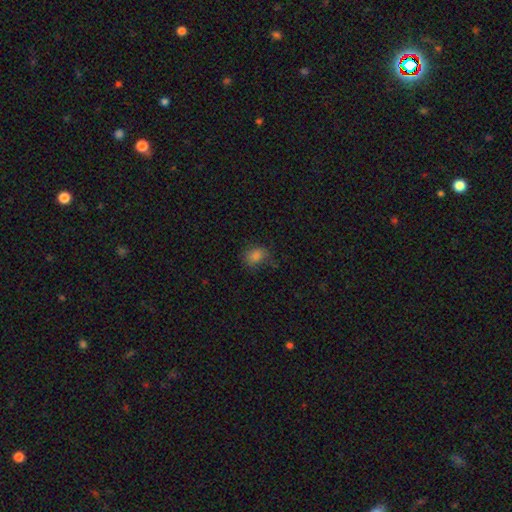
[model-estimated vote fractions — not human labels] Smooth or featured?
  - smooth: 79% *
  - star or artifact: 15%
  - featured or disk: 5%
How rounded?
  - in between: 55% *
  - round: 43%
  - cigar-shaped: 1%
Merging?
  - none: 67% *
  - minor disturbance: 24%
  - major disturbance: 8%
  - merger: 2%